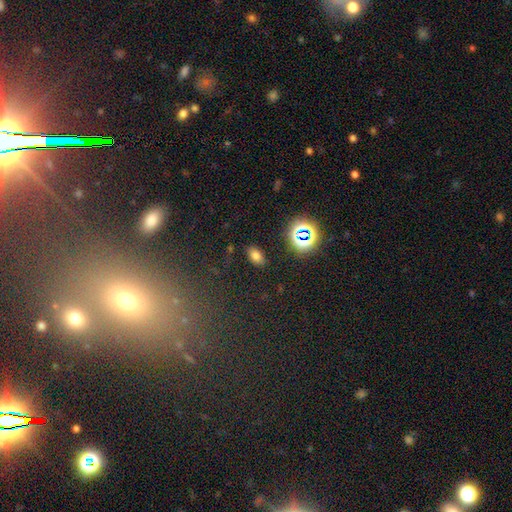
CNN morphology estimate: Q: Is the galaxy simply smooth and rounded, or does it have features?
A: smooth — 70%.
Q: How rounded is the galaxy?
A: in between — 89%.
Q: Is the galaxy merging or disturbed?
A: none — 85%.